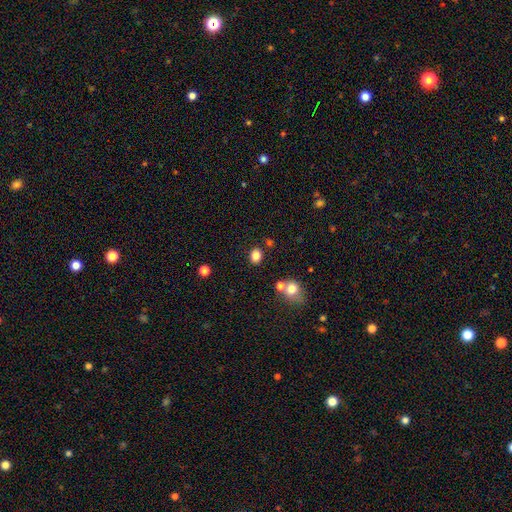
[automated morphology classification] Smooth or featured? Predicted: smooth (p=0.83). How rounded? Predicted: round (p=0.55). Merging? Predicted: none (p=0.82).